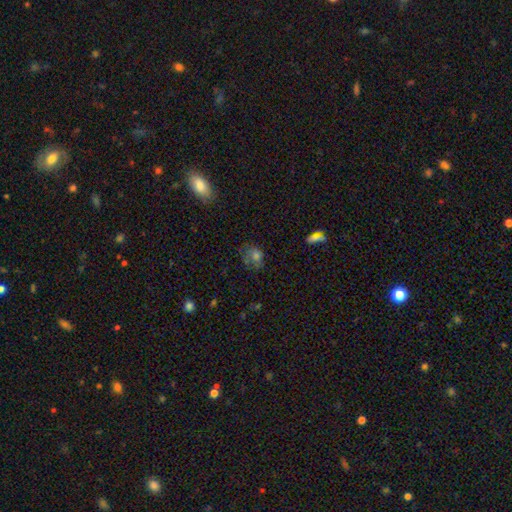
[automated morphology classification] A smooth galaxy with no disk features (61%) that is round (50%).

Vote fractions:
- Smooth or featured? smooth: 61% / featured or disk: 20% / star or artifact: 19%
- How rounded? round: 50% / in between: 48% / cigar-shaped: 2%
- Merging? none: 56% / minor disturbance: 25% / major disturbance: 16% / merger: 3%